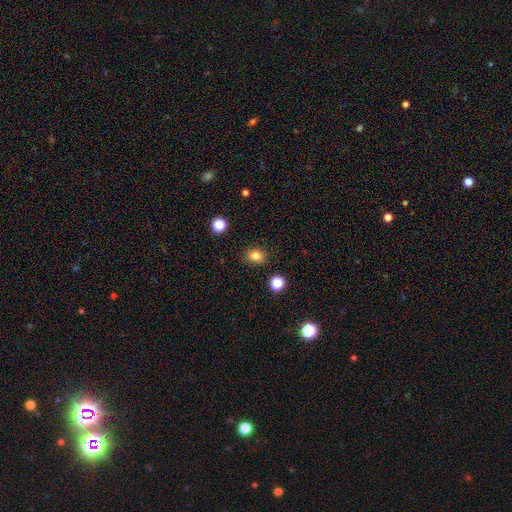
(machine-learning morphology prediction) A smooth galaxy with no disk features (82%) that is round (56%).

Vote fractions:
- Smooth or featured? smooth: 82% / star or artifact: 12% / featured or disk: 6%
- How rounded? round: 56% / in between: 43% / cigar-shaped: 1%
- Merging? none: 88% / minor disturbance: 8% / major disturbance: 2% / merger: 2%